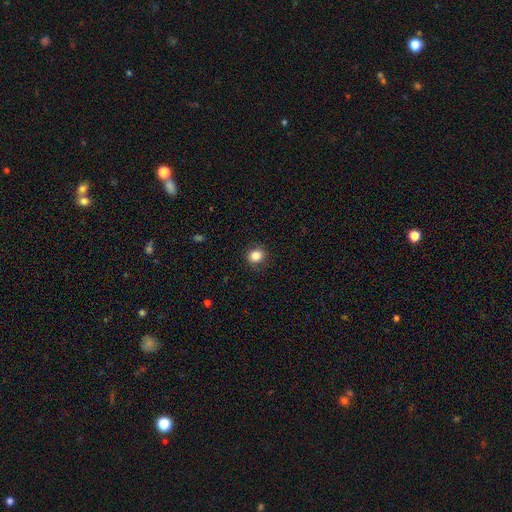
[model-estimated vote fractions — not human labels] Q: Smooth or featured?
A: smooth (85%); runner-up: star or artifact (10%)
Q: How rounded?
A: round (80%); runner-up: in between (19%)
Q: Merging?
A: none (89%); runner-up: minor disturbance (8%)